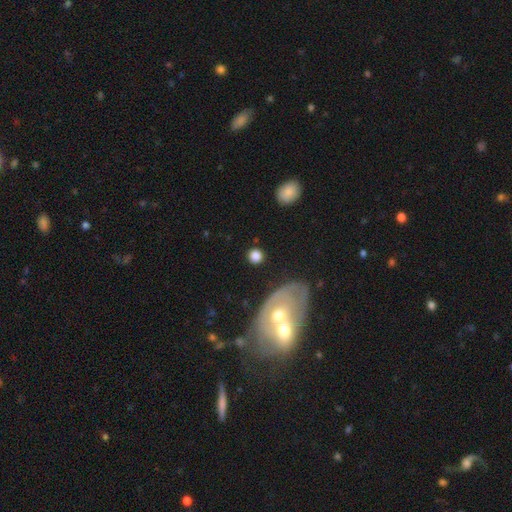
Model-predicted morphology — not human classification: The model was most divided on "smooth or featured": smooth: 81%, featured or disk: 10%, star or artifact: 9%. More confident: how rounded — round (87%); merging — none (82%).